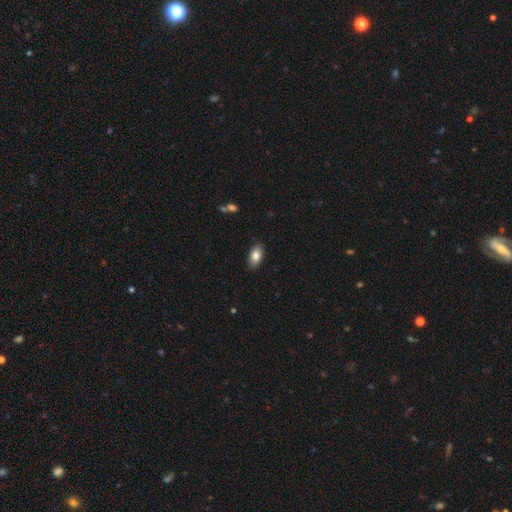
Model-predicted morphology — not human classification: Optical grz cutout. It shows a smooth galaxy with no disk features (83%) that is in between round and cigar-shaped (92%). Merging: none (88%).